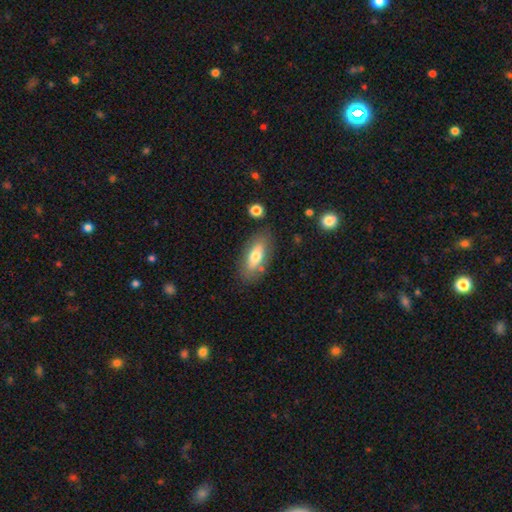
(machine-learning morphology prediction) A smooth galaxy with no disk features (66%) that is in between round and cigar-shaped (79%). Merging: none (78%).